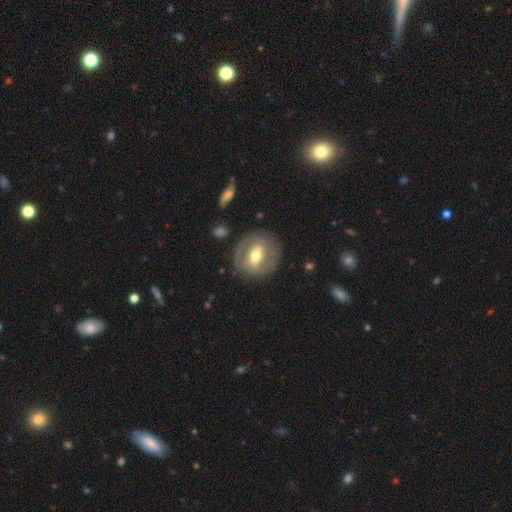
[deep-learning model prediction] This appears to be a featured or disk galaxy (65%) with a strong bar (40%), spiral arms (50%, tied with no) and a moderate central bulge (70%). Merging: none (80%).